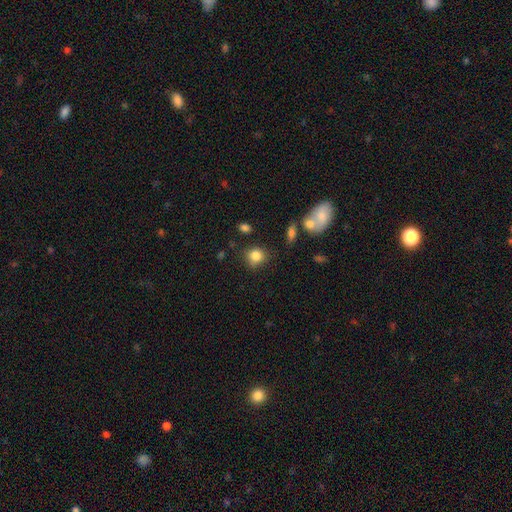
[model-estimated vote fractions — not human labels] This appears to be a smooth galaxy with no disk features (83%) that is round (78%). Merging: none (77%).